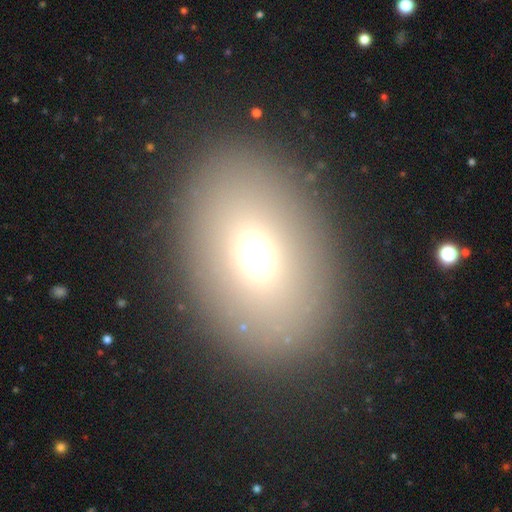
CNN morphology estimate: Smooth or featured? smooth (68%)
How rounded? in between (73%)
Merging? none (87%)